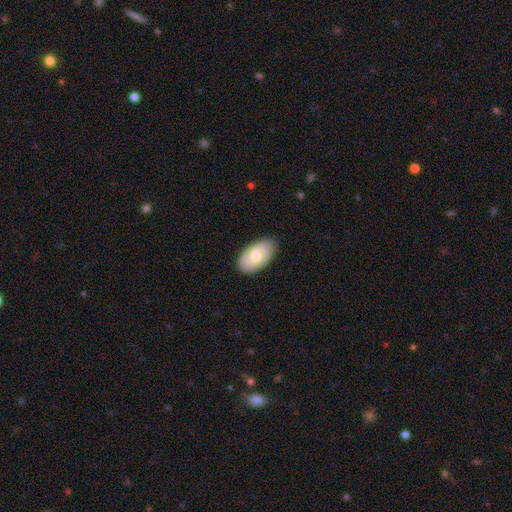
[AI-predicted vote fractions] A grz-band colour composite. It shows a smooth galaxy with no disk features (64%) that is in between round and cigar-shaped (94%). Merging: none (84%).